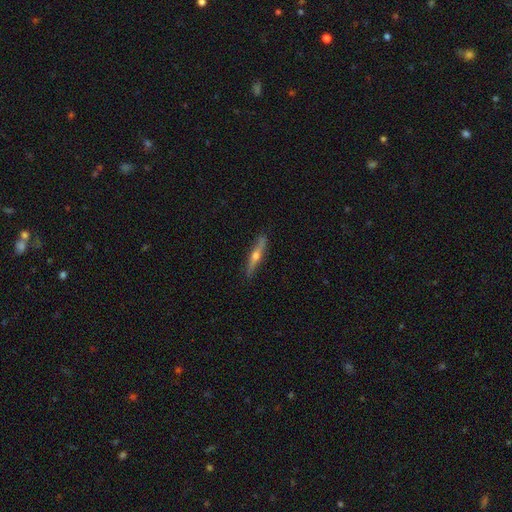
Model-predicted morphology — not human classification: featured or disk 66%, smooth 28%, star or artifact 6%. Down the decision tree: edge-on disk — yes (95%); edge-on bulge — rounded (92%); merging — none (88%).